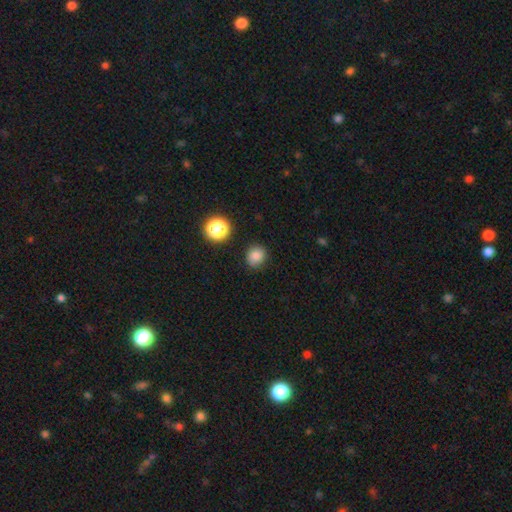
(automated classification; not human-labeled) The model was most divided on "how rounded": round: 81%, in between: 18%, cigar-shaped: 1%. More confident: merging — none (86%); smooth or featured — smooth (81%).